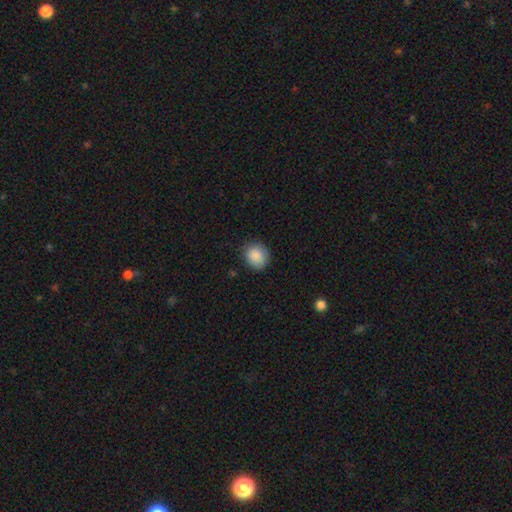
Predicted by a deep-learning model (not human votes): A smooth galaxy with no disk features (88%) that is round (76%).

Vote fractions:
- Smooth or featured? smooth: 88% / star or artifact: 8% / featured or disk: 4%
- How rounded? round: 76% / in between: 23% / cigar-shaped: 1%
- Merging? none: 82% / minor disturbance: 14% / major disturbance: 3% / merger: 1%